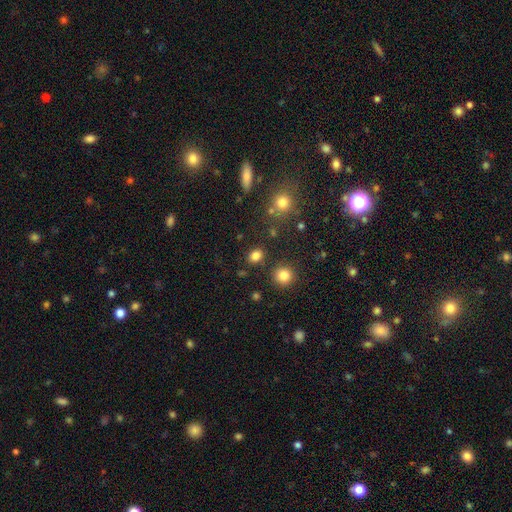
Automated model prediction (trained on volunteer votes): Smooth or featured: smooth — 81% (star or artifact — 13%)
How rounded: round — 55% (in between — 44%)
Merging: none — 84% (minor disturbance — 9%)